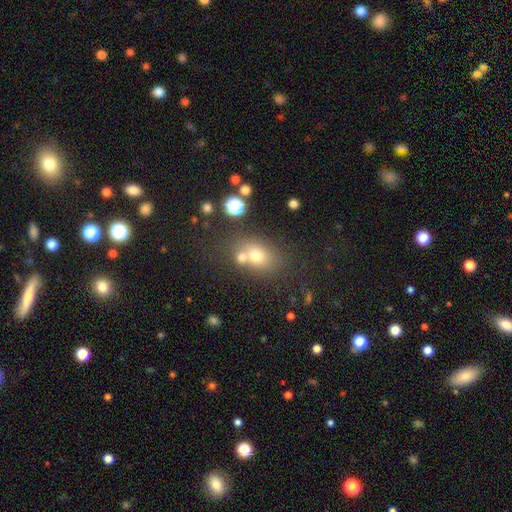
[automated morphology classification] smooth-or-featured: smooth: 70% | featured or disk: 15% | star or artifact: 15%
  how-rounded: in between: 58% | round: 40% | cigar-shaped: 1%
  merging: none: 53% | merger: 30% | minor disturbance: 12% | major disturbance: 5%